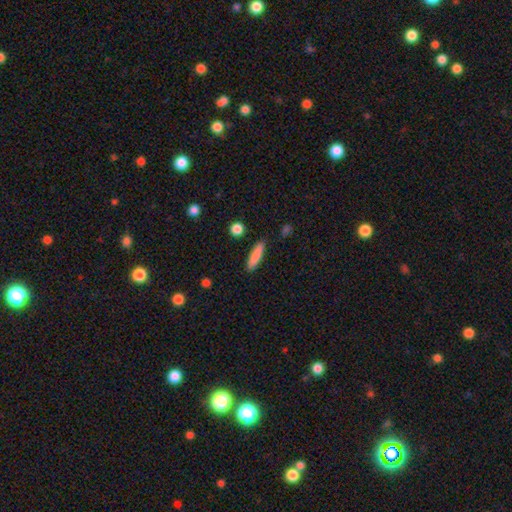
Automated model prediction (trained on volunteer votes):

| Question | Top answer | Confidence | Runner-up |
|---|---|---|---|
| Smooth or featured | smooth | 84% | featured or disk (10%) |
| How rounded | cigar-shaped | 82% | in between (16%) |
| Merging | none | 89% | minor disturbance (8%) |